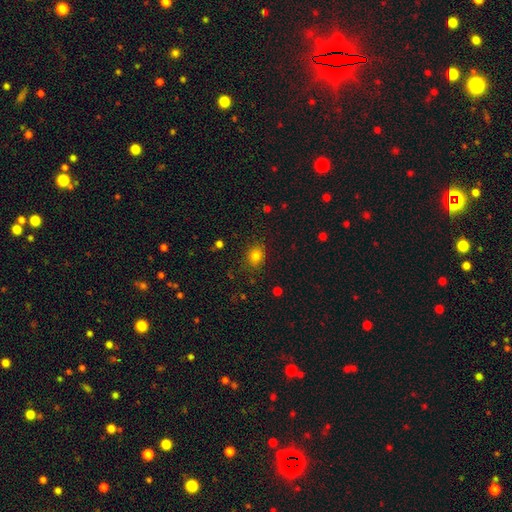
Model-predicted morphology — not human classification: Smooth or featured? Predicted: smooth (p=0.80). How rounded? Predicted: round (p=0.61). Merging? Predicted: none (p=0.85).